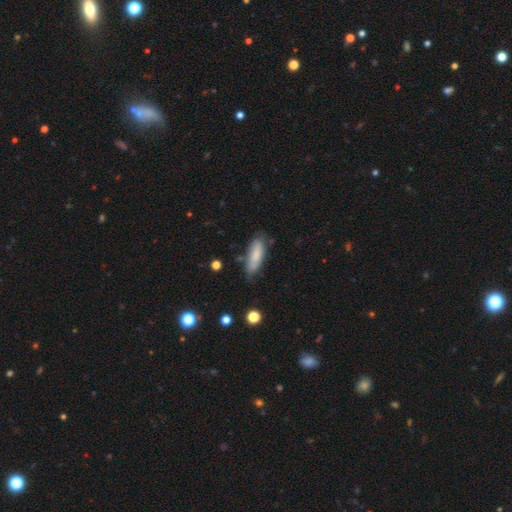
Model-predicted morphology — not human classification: A smooth galaxy with no disk features (80%) that is in between round and cigar-shaped (61%).

Vote fractions:
- Smooth or featured? smooth: 80% / featured or disk: 13% / star or artifact: 7%
- How rounded? in between: 61% / cigar-shaped: 37% / round: 2%
- Merging? none: 66% / minor disturbance: 24% / major disturbance: 5% / merger: 4%